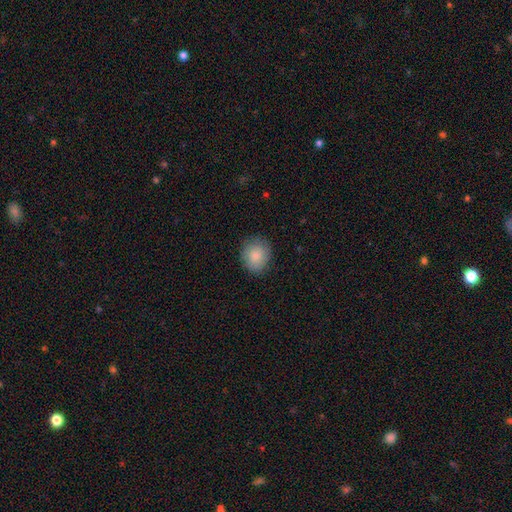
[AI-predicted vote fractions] smooth_or_featured: smooth (p=0.84) [alt: featured or disk p=0.08]
how_rounded: round (p=0.77) [alt: in between p=0.22]
merging: none (p=0.84) [alt: minor disturbance p=0.12]